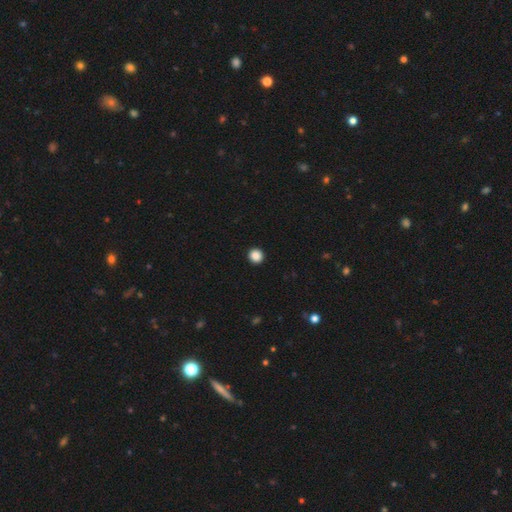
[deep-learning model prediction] This is clearly a smooth galaxy (88%). How rounded: clearly round (94%). Merging: clearly none (94%).